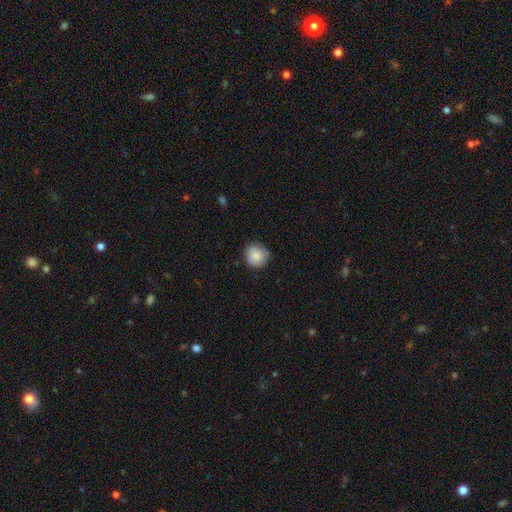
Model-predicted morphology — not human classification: Smooth or featured: smooth — 86% (star or artifact — 8%)
How rounded: round — 90% (in between — 9%)
Merging: none — 81% (minor disturbance — 15%)